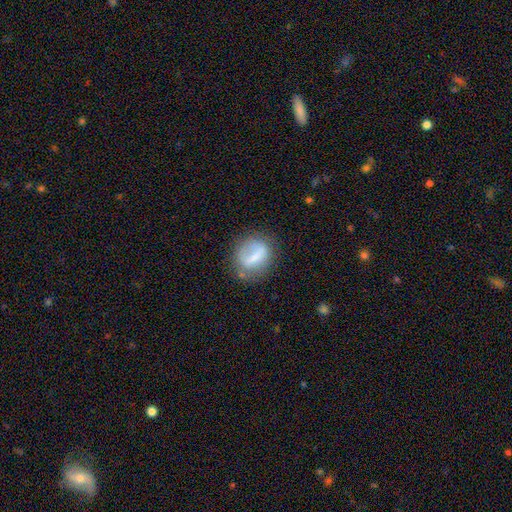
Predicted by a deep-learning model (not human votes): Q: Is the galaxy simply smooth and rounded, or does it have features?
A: smooth — 55%.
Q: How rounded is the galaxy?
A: round — 60%.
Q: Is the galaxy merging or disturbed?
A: none — 56%.